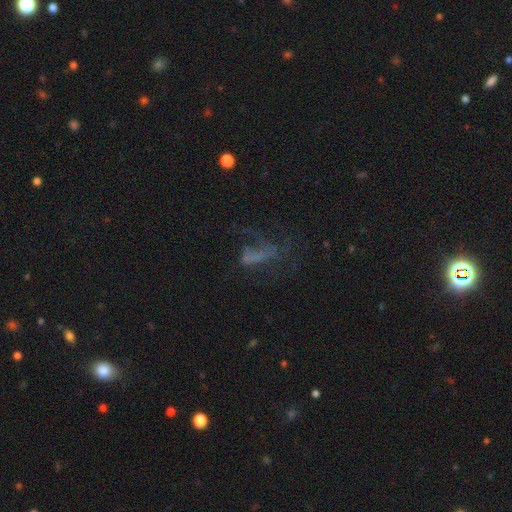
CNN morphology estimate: Overall: featured or disk (43%; smooth 31%). Merging: major disturbance (47%; none 34%).